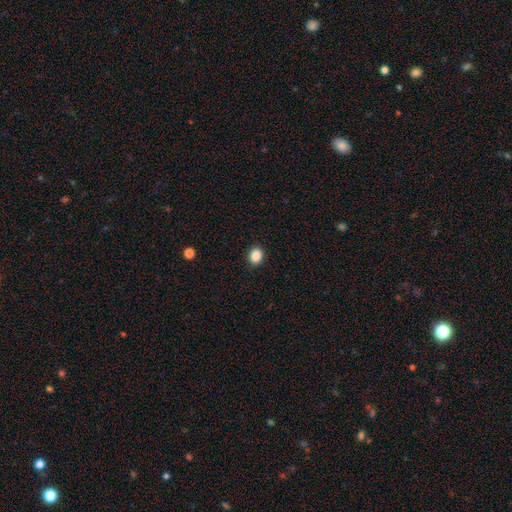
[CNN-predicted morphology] type=smooth (87%); roundness=round (56%); merging=none (91%).